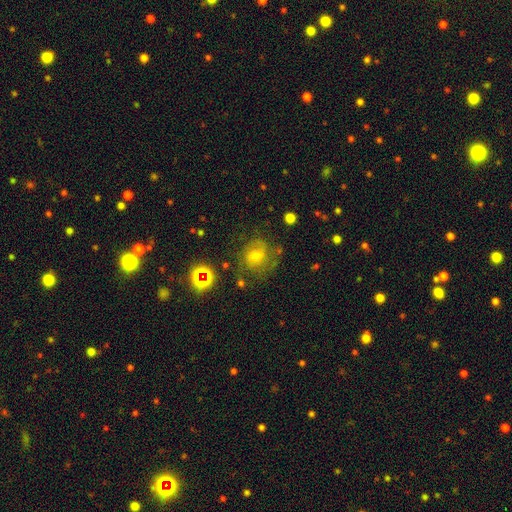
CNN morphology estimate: Overall: featured or disk (49%; smooth 31%). Merging: none (62%).